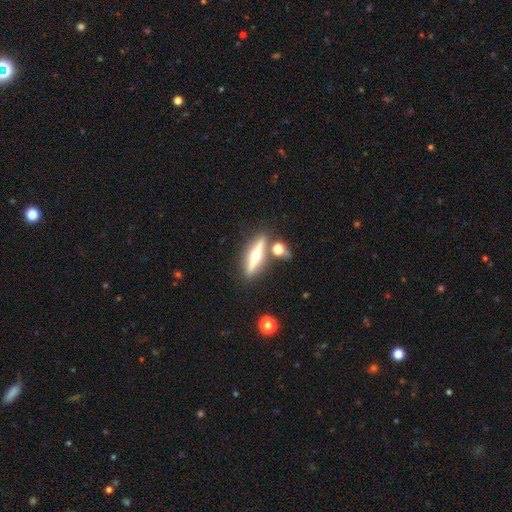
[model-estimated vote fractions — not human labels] This is likely a featured or disk galaxy (71%). It is clearly viewed edge-on (94%). Edge-on bulge: clearly rounded (94%). Merging: clearly none (81%).